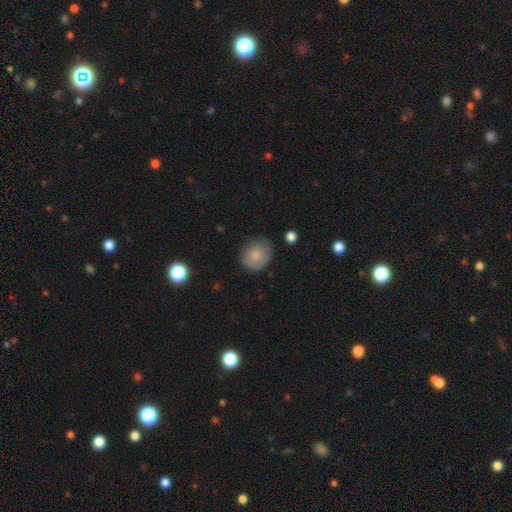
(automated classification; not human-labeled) Smooth or featured: smooth — 81% (featured or disk — 11%)
How rounded: round — 76% (in between — 23%)
Merging: none — 73% (minor disturbance — 21%)